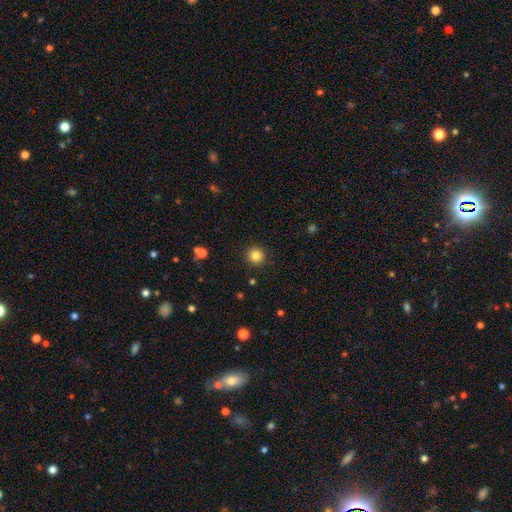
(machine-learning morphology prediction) type=smooth (83%); roundness=round (95%); merging=none (91%).